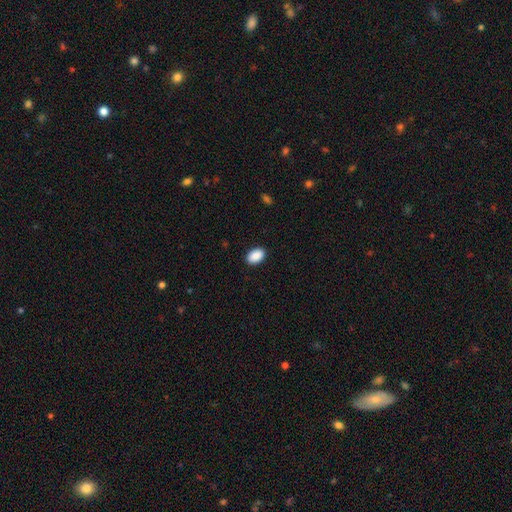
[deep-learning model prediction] This is clearly a smooth galaxy (91%). How rounded: clearly in between (90%). Merging: clearly none (90%).